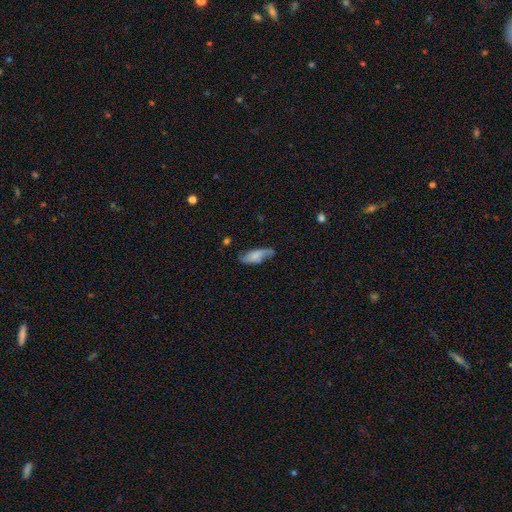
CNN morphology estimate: Overall: featured or disk (47%; smooth 45%). Merging: none (60%; minor disturbance 26%).